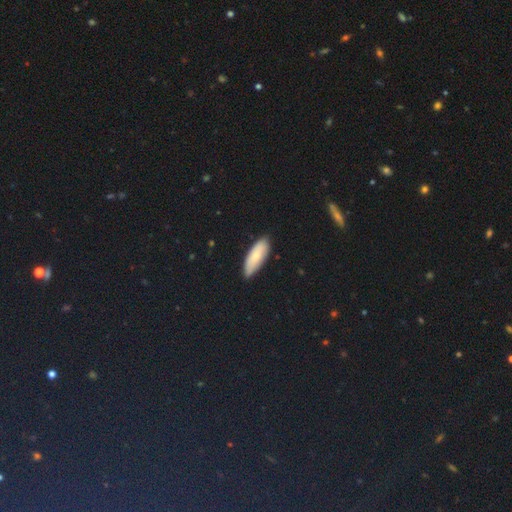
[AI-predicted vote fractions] Smooth or featured: smooth — 77% (featured or disk — 17%)
How rounded: in between — 73% (cigar-shaped — 25%)
Merging: none — 78% (minor disturbance — 18%)